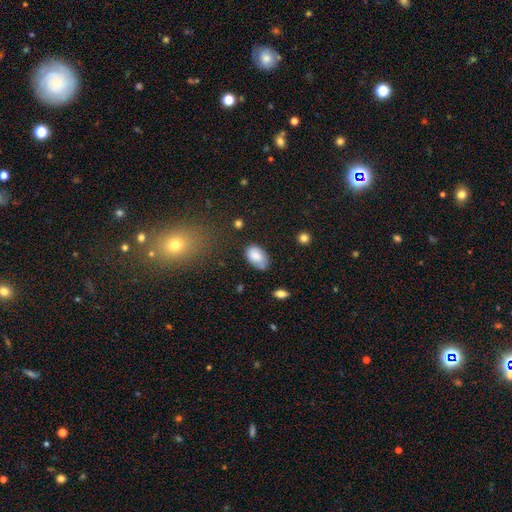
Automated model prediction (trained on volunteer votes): The model was most divided on "merging": none: 61%, minor disturbance: 27%, major disturbance: 7%, merger: 4%. More confident: how rounded — in between (91%); smooth or featured — smooth (81%).